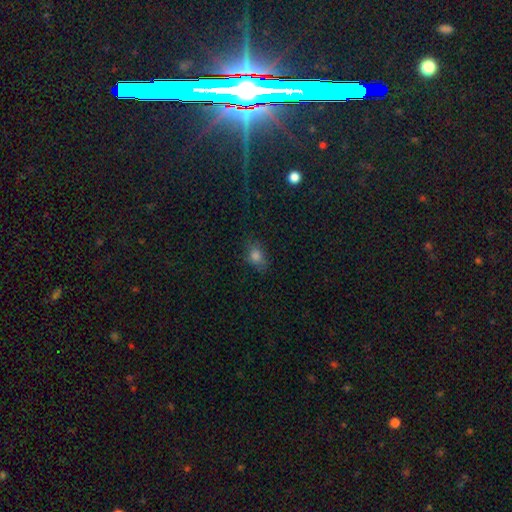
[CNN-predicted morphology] Smooth or featured? Predicted: smooth (p=0.75). How rounded? Predicted: in between (p=0.68). Merging? Predicted: none (p=0.75).